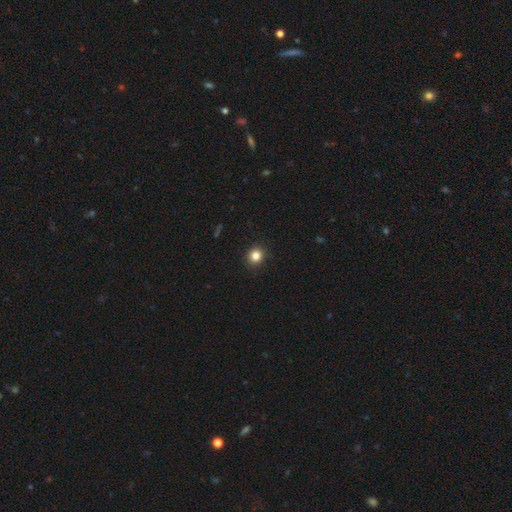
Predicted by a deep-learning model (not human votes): Smooth or featured: smooth — 83% (star or artifact — 12%)
How rounded: round — 86% (in between — 13%)
Merging: none — 91% (minor disturbance — 6%)